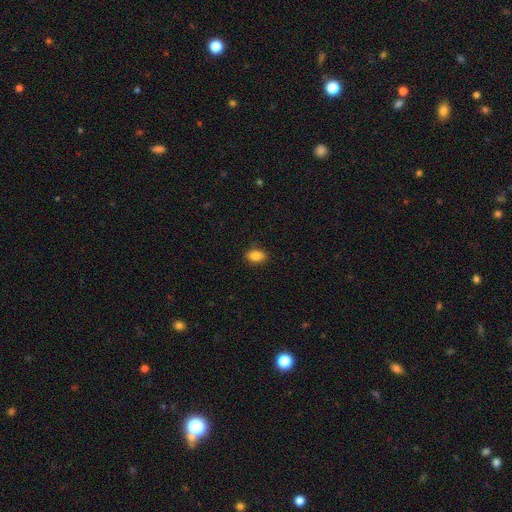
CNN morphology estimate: This is clearly a smooth galaxy (87%). How rounded: clearly in between (83%). Merging: clearly none (89%).